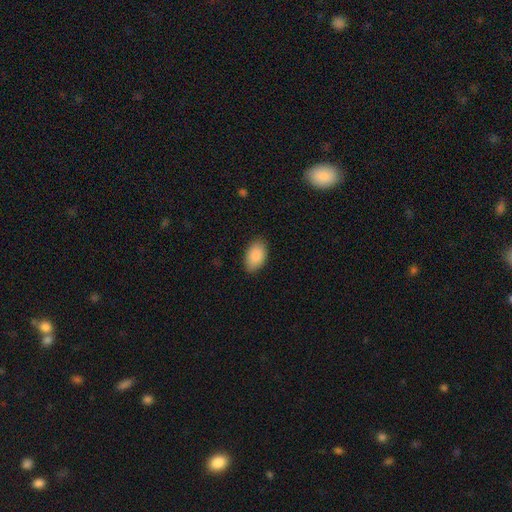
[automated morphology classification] A smooth galaxy with no disk features (88%) that is in between round and cigar-shaped (94%).

Vote fractions:
- Smooth or featured? smooth: 88% / star or artifact: 6% / featured or disk: 5%
- How rounded? in between: 94% / round: 5% / cigar-shaped: 1%
- Merging? none: 86% / minor disturbance: 11% / major disturbance: 2% / merger: 1%